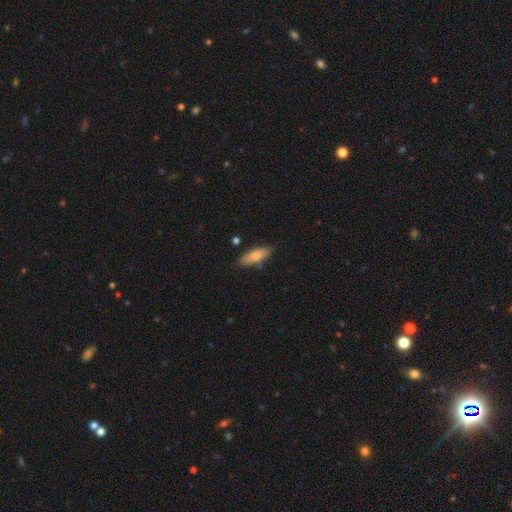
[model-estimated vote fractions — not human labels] Smooth or featured? Predicted: smooth (p=0.81). How rounded? Predicted: in between (p=0.65). Merging? Predicted: none (p=0.81).